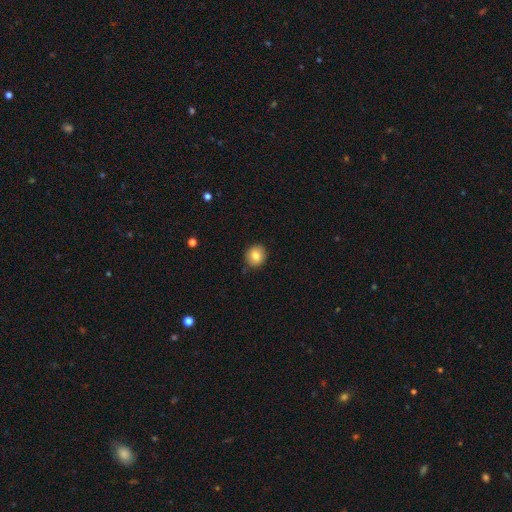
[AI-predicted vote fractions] This is clearly a smooth galaxy (82%). How rounded: clearly round (81%). Merging: clearly none (84%).